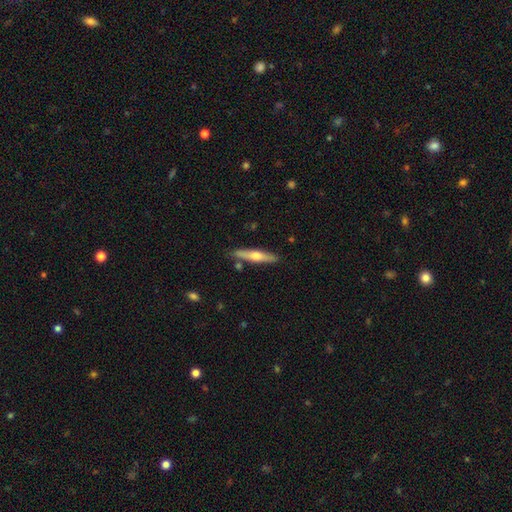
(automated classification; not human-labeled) Smooth or featured? featured or disk (53%)
Edge-on disk? yes (94%)
Merging? none (85%)